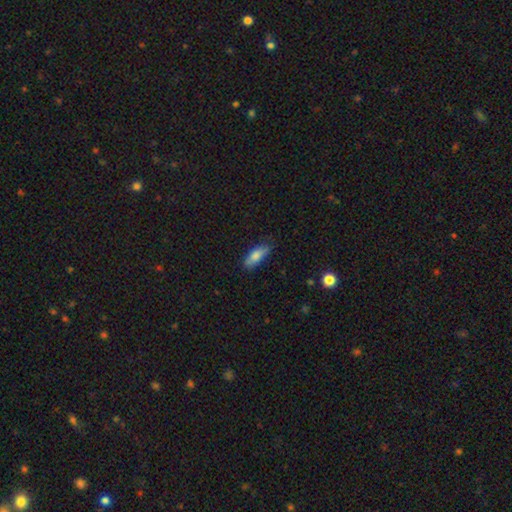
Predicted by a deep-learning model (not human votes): A smooth galaxy with no disk features (78%) that is in between round and cigar-shaped (65%).

Vote fractions:
- Smooth or featured? smooth: 78% / featured or disk: 15% / star or artifact: 7%
- How rounded? in between: 65% / cigar-shaped: 33% / round: 2%
- Merging? none: 70% / minor disturbance: 23% / major disturbance: 5% / merger: 2%